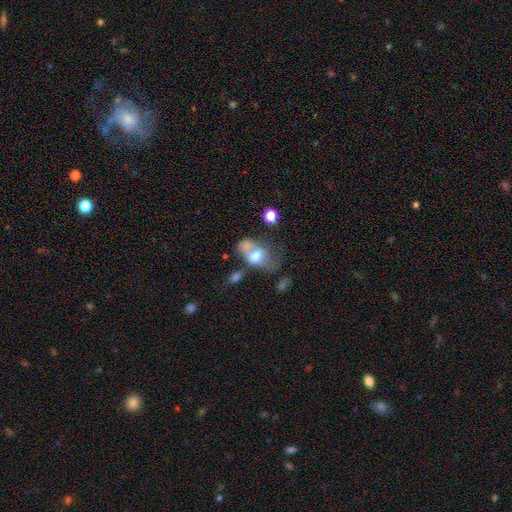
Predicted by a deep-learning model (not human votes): Smooth or featured?
  - smooth: 56% *
  - featured or disk: 34%
  - star or artifact: 10%
How rounded?
  - in between: 79% *
  - round: 19%
  - cigar-shaped: 2%
Merging?
  - merger: 36% *
  - major disturbance: 29%
  - none: 19%
  - minor disturbance: 17%